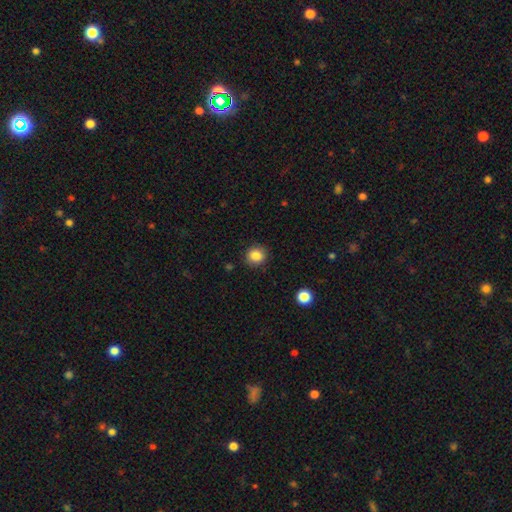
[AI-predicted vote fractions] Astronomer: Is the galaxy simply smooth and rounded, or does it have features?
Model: smooth — 85%.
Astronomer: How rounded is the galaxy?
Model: round — 83%.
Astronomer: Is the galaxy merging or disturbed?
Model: none — 89%.